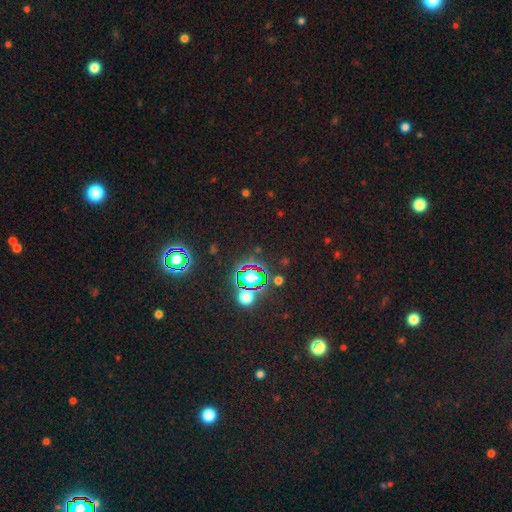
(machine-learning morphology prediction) Smooth or featured? Predicted: star or artifact (p=0.82).